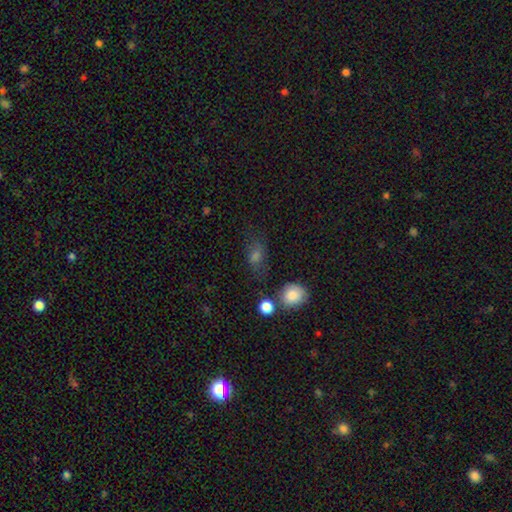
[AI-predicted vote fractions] A smooth galaxy with no disk features (67%) that is in between round and cigar-shaped (71%). Merging: none (66%).